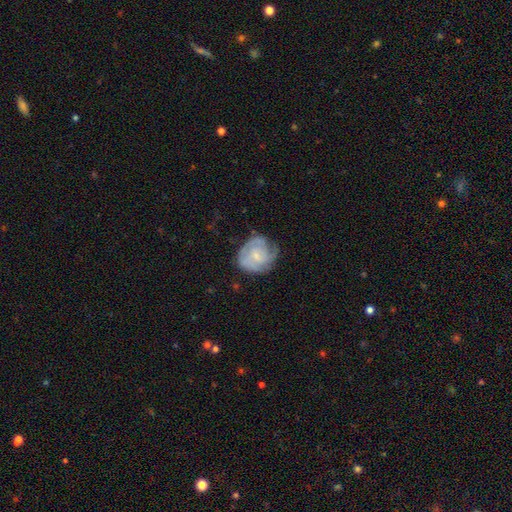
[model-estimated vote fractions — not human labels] A featured or disk galaxy (64%) with no bar (72%), tight (55%) spiral arms (85%) and a small central bulge (64%). Merging: none (61%).